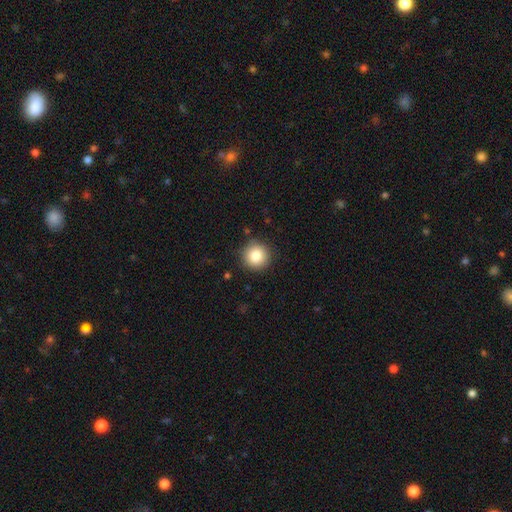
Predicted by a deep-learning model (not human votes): Morphology: type=smooth (84%); roundness=round (95%); merging=none (89%).